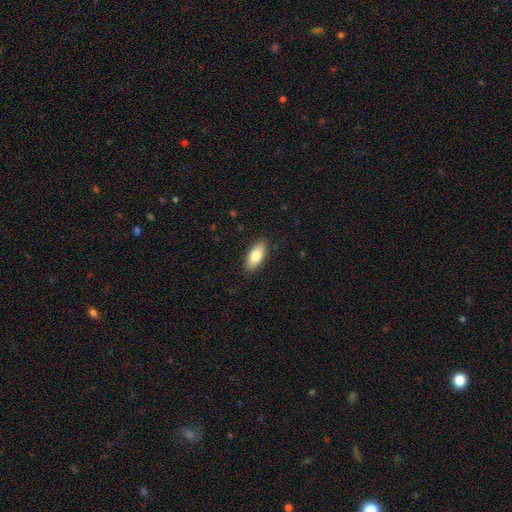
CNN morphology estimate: Smooth or featured? smooth (78%)
How rounded? in between (81%)
Merging? none (88%)